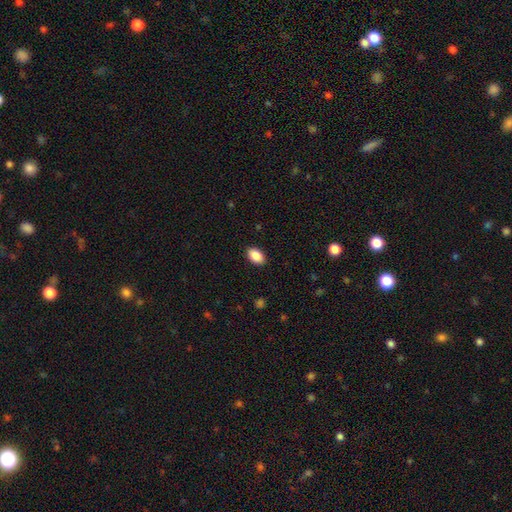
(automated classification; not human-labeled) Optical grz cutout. It shows a smooth galaxy with no disk features (89%) that is in between round and cigar-shaped (91%). Merging: none (90%).